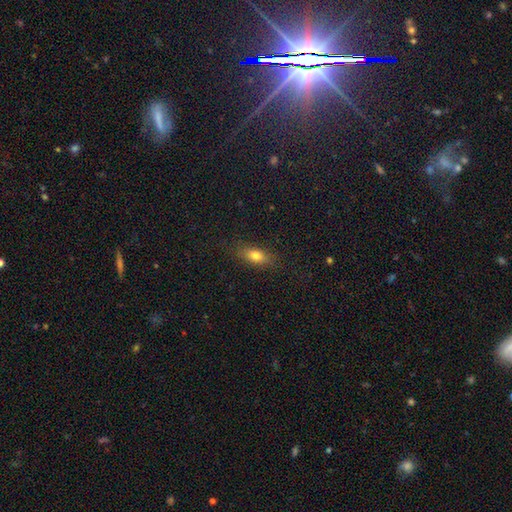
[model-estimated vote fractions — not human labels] A smooth galaxy with no disk features (78%) that is in between round and cigar-shaped (79%).

Vote fractions:
- Smooth or featured? smooth: 78% / featured or disk: 13% / star or artifact: 9%
- How rounded? in between: 79% / cigar-shaped: 14% / round: 7%
- Merging? none: 84% / minor disturbance: 12% / major disturbance: 4% / merger: 1%